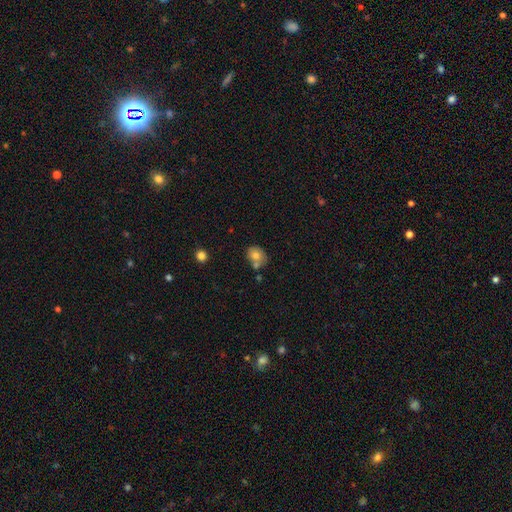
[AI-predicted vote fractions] Smooth or featured? smooth (73%)
How rounded? round (55%)
Merging? none (51%)